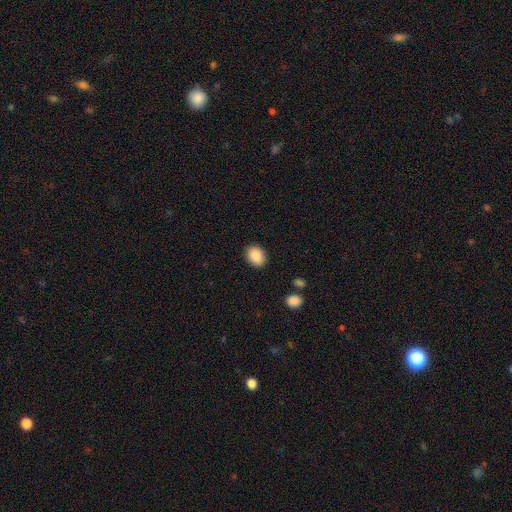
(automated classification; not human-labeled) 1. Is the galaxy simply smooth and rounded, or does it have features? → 89% smooth, 8% star or artifact, 4% featured or disk.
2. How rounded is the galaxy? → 61% in between, 37% round, 1% cigar-shaped.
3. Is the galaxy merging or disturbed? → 86% none, 10% minor disturbance, 2% major disturbance, 1% merger.